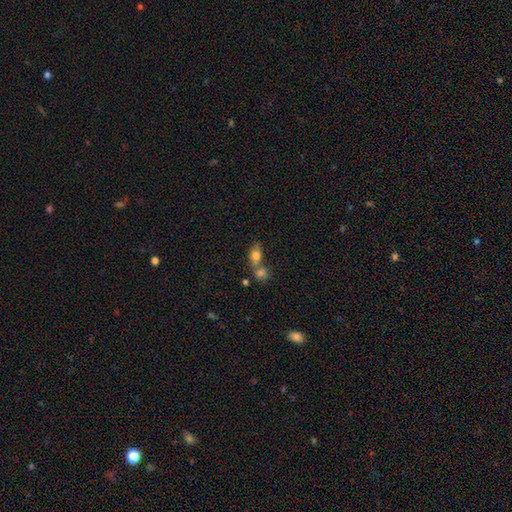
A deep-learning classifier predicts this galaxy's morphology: Smooth or featured? smooth (77%)
How rounded? in between (71%)
Merging? merger (50%)